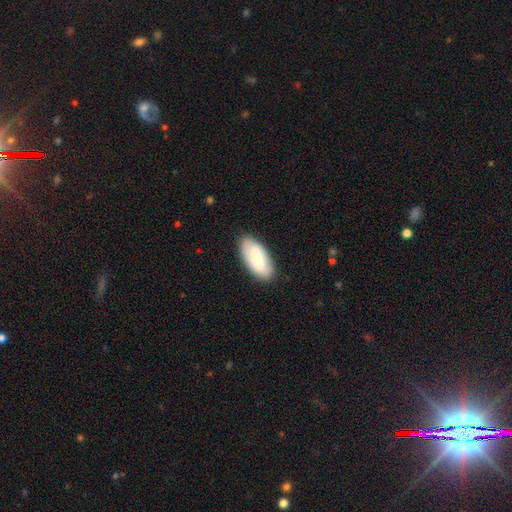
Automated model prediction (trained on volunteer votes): Overall: smooth (77%). How rounded: in between (91%). Merging: none (84%).